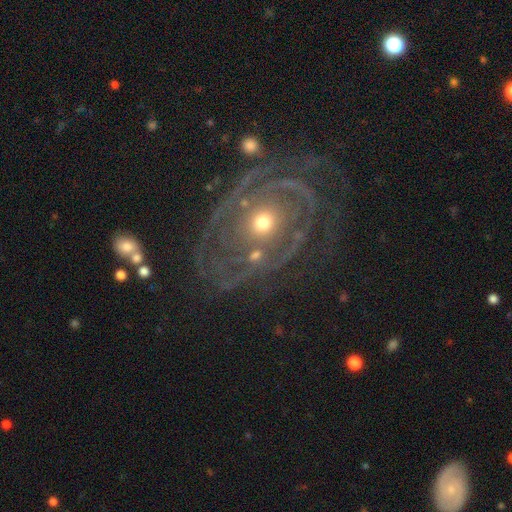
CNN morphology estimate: Smooth or featured?
  - featured or disk: 84% *
  - star or artifact: 8%
  - smooth: 8%
Edge-on disk?
  - no: 96% *
  - yes: 4%
Bar?
  - no: 85% *
  - weak: 10%
  - strong: 5%
Spiral arms?
  - yes: 86% *
  - no: 14%
Spiral winding?
  - tight: 70% *
  - medium: 22%
  - loose: 8%
Spiral arm count?
  - can't tell: 29% *
  - 2: 26%
  - 3: 17%
  - 4: 10%
  - more than 4: 9%
  - 1: 8%
Bulge size?
  - small: 51% *
  - moderate: 44%
  - large: 3%
  - dominant: 1%
  - none: 1%
Merging?
  - none: 65% *
  - minor disturbance: 16%
  - major disturbance: 15%
  - merger: 4%